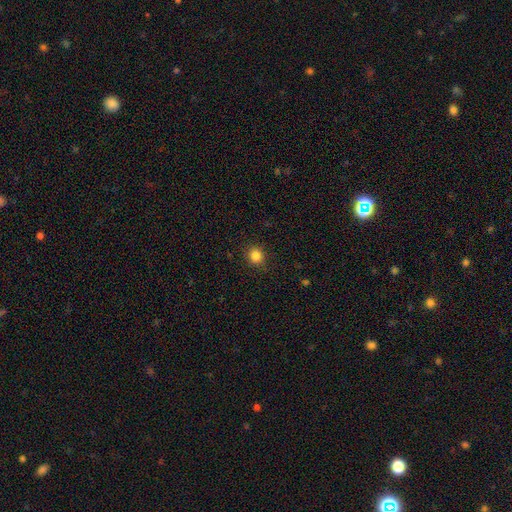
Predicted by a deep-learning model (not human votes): A smooth galaxy with no disk features (84%) that is round (87%).

Vote fractions:
- Smooth or featured? smooth: 84% / star or artifact: 12% / featured or disk: 4%
- How rounded? round: 87% / in between: 12% / cigar-shaped: 1%
- Merging? none: 90% / minor disturbance: 7% / major disturbance: 2% / merger: 1%